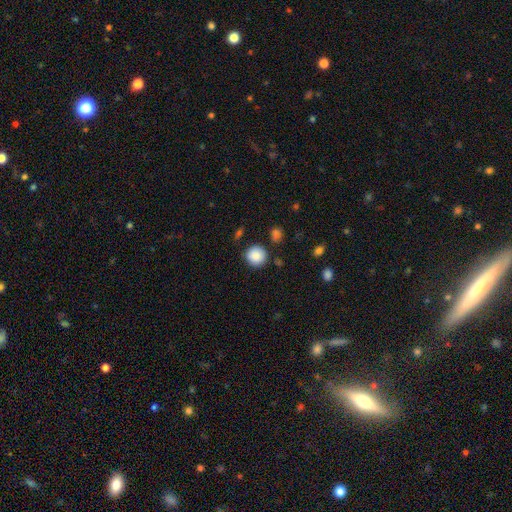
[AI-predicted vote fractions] Smooth or featured? Predicted: smooth (p=0.87). How rounded? Predicted: round (p=0.93). Merging? Predicted: none (p=0.87).